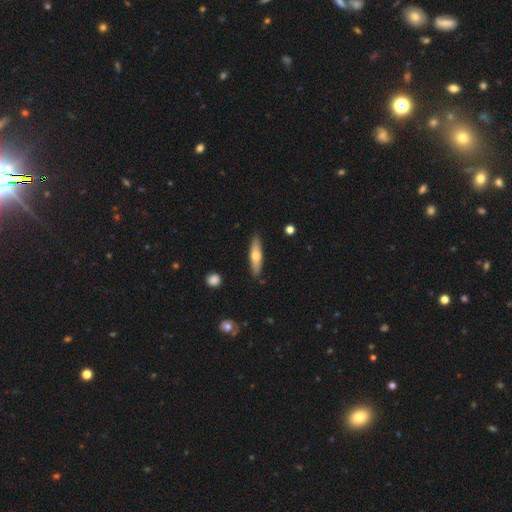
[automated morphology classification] This appears to be a smooth galaxy with no disk features (57%) that is cigar-shaped (71%). Merging: none (87%).